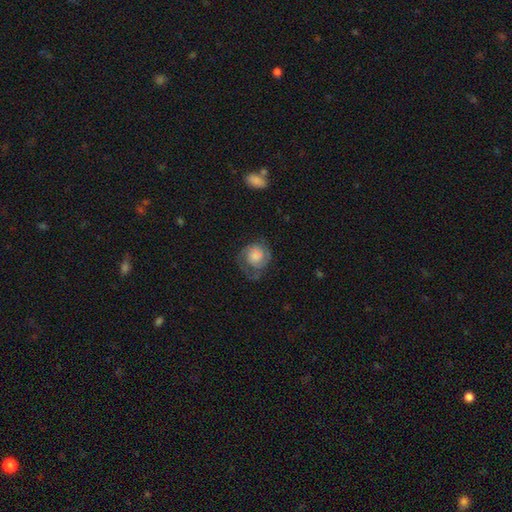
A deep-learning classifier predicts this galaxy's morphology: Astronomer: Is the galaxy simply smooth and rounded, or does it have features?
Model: featured or disk — 55% (runner-up: smooth, 37%).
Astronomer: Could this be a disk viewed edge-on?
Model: no — 98%.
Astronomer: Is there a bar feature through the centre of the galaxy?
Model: no — 76%.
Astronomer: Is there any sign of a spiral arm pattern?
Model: yes — 87%.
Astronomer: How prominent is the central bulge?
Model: large — 26% (runner-up: none, 23%).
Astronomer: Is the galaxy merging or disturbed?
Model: none — 52%.